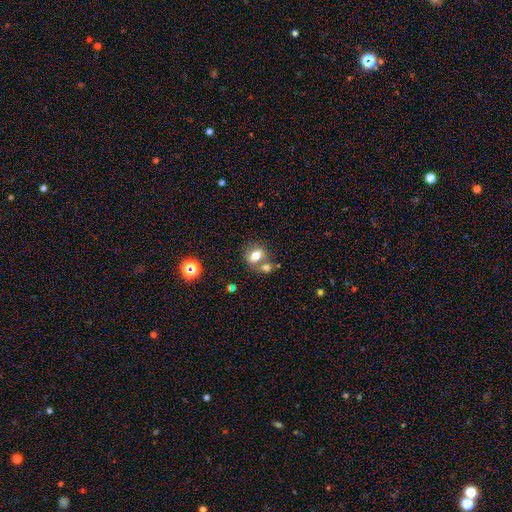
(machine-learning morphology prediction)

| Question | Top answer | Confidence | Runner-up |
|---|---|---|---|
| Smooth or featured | smooth | 72% | featured or disk (16%) |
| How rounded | in between | 53% | round (46%) |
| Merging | none | 49% | merger (35%) |